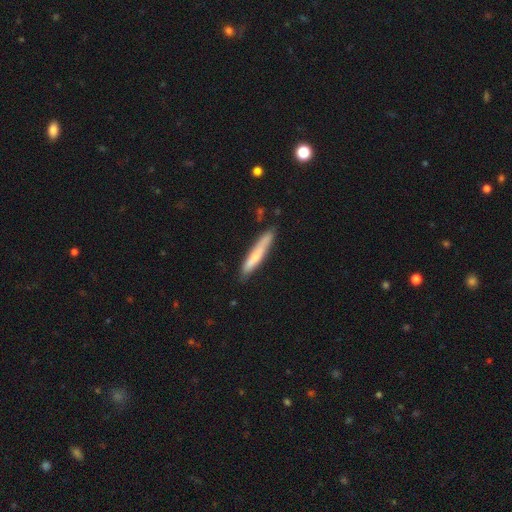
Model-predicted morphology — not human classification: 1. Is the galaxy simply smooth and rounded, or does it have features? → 68% smooth, 27% featured or disk, 6% star or artifact.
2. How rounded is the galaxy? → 94% cigar-shaped, 5% in between, 1% round.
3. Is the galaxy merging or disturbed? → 81% none, 15% minor disturbance, 2% major disturbance, 2% merger.